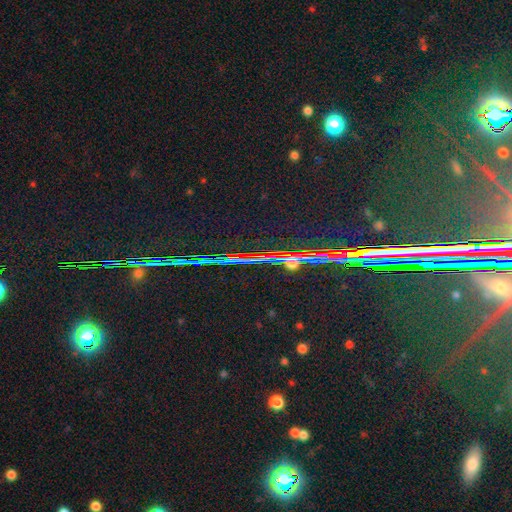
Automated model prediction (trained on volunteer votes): Morphology: type=star or artifact (77%).